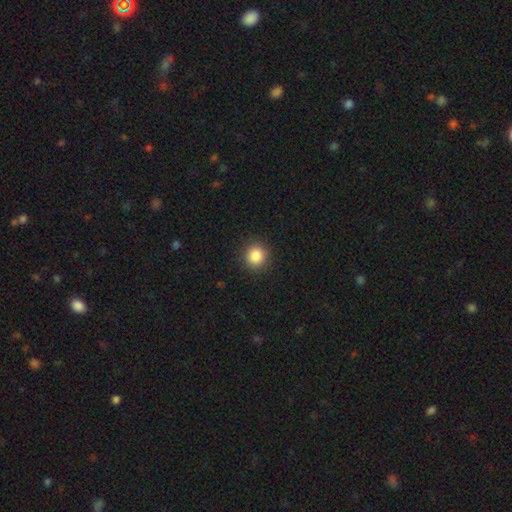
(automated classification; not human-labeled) A smooth galaxy with no disk features (86%) that is round (91%).

Vote fractions:
- Smooth or featured? smooth: 86% / star or artifact: 10% / featured or disk: 4%
- How rounded? round: 91% / in between: 8% / cigar-shaped: 1%
- Merging? none: 92% / minor disturbance: 6% / major disturbance: 2% / merger: 1%